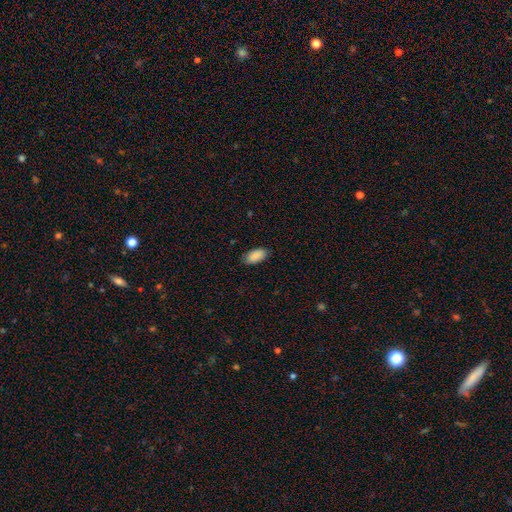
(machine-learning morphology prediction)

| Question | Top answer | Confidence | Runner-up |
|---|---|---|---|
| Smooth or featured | smooth | 89% | star or artifact (6%) |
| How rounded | in between | 94% | cigar-shaped (4%) |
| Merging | none | 83% | minor disturbance (14%) |